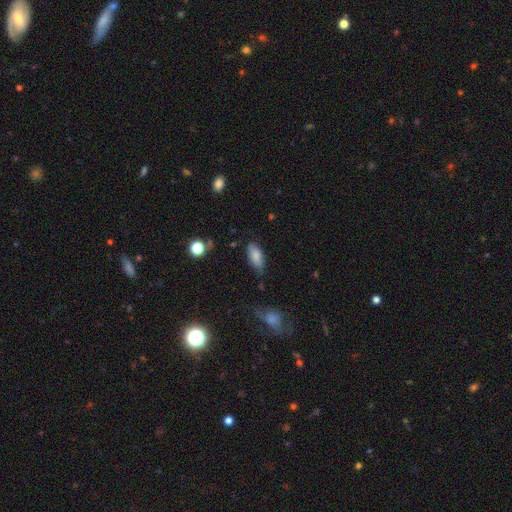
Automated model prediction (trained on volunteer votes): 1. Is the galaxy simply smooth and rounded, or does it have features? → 83% smooth, 9% featured or disk, 8% star or artifact.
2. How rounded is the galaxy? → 88% in between, 10% cigar-shaped, 2% round.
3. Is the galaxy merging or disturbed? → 70% none, 23% minor disturbance, 5% major disturbance, 2% merger.